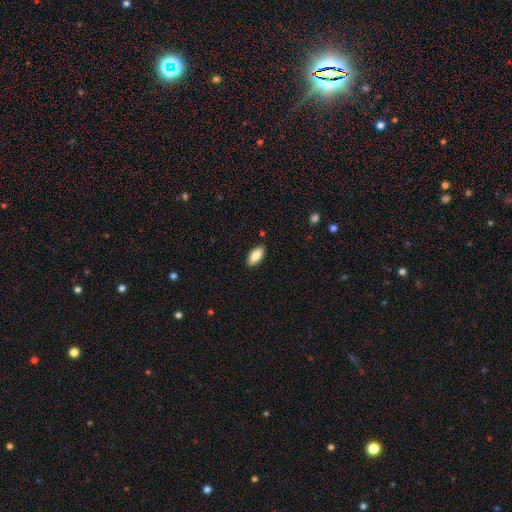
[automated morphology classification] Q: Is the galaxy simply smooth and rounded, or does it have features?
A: smooth — 86%.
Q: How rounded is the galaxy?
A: in between — 90%.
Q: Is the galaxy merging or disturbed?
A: none — 88%.